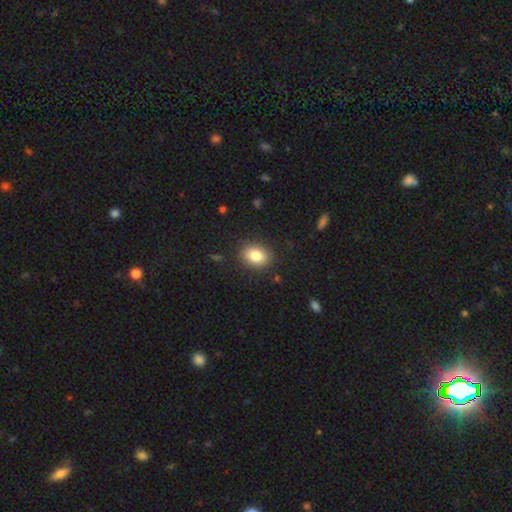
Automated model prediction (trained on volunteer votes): Q: Smooth or featured?
A: smooth (84%); runner-up: star or artifact (9%)
Q: How rounded?
A: in between (65%); runner-up: round (34%)
Q: Merging?
A: none (87%); runner-up: minor disturbance (9%)